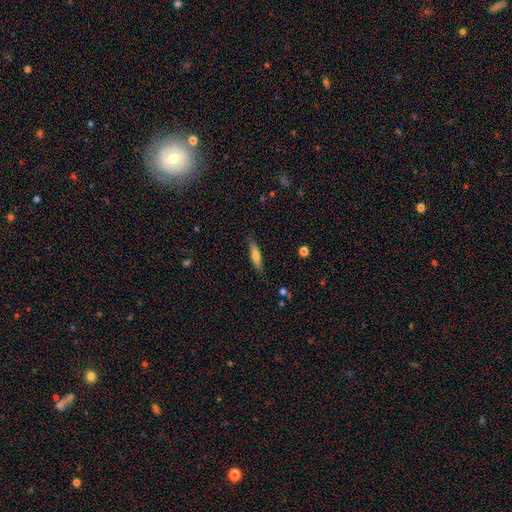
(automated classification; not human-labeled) This is likely a smooth galaxy (60%). How rounded: likely cigar-shaped (79%). Merging: clearly none (83%).